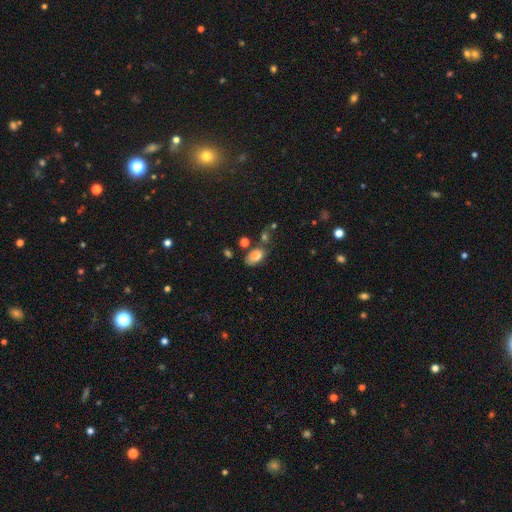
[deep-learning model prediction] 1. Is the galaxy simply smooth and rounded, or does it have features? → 82% smooth, 10% star or artifact, 9% featured or disk.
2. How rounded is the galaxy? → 90% in between, 8% round, 2% cigar-shaped.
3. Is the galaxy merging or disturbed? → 56% none, 24% minor disturbance, 12% merger, 8% major disturbance.